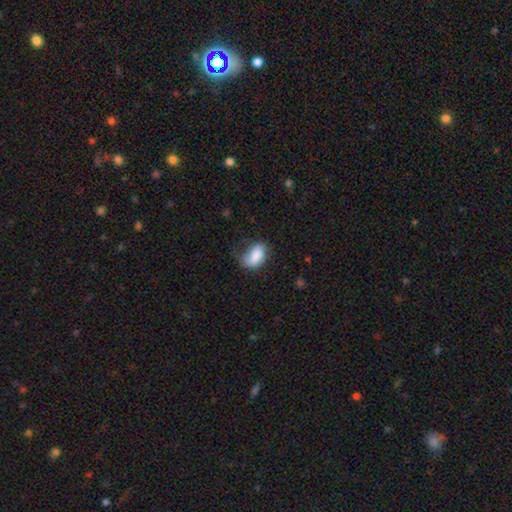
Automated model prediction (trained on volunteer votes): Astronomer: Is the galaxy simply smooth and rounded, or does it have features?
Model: smooth — 78%.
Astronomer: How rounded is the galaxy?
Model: in between — 90%.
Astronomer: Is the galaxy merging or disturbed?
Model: none — 45% (runner-up: minor disturbance, 35%).